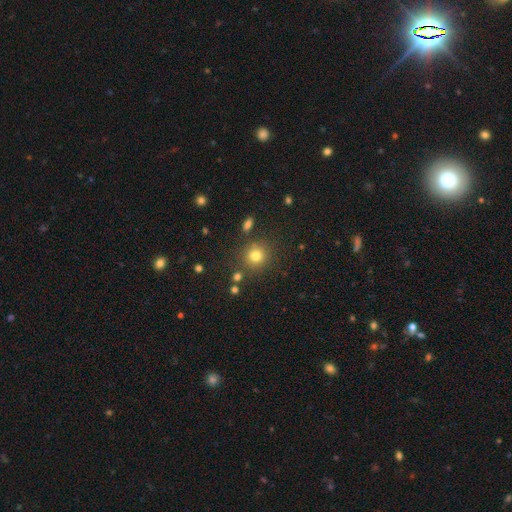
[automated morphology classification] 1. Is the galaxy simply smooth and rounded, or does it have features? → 78% smooth, 15% star or artifact, 7% featured or disk.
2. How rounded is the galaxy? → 90% round, 9% in between, 1% cigar-shaped.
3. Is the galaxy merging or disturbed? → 83% none, 9% minor disturbance, 5% merger, 3% major disturbance.